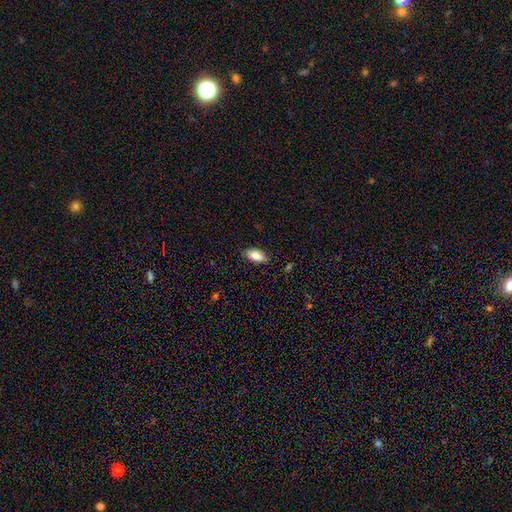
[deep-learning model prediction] Smooth or featured: smooth — 84% (featured or disk — 9%)
How rounded: in between — 89% (cigar-shaped — 8%)
Merging: none — 84% (minor disturbance — 12%)